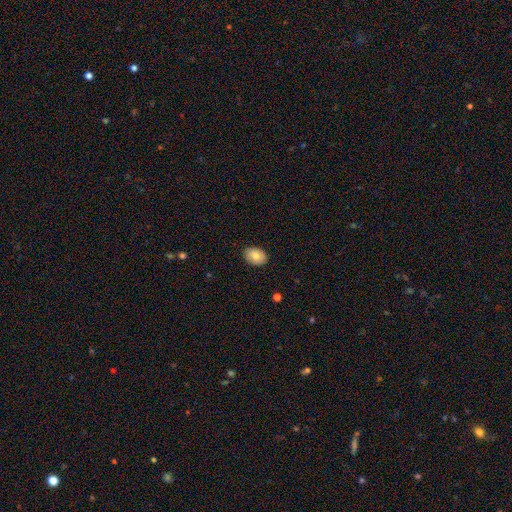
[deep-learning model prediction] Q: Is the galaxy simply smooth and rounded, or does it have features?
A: smooth — 77%.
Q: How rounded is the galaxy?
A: in between — 76%.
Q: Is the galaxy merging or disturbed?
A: none — 87%.